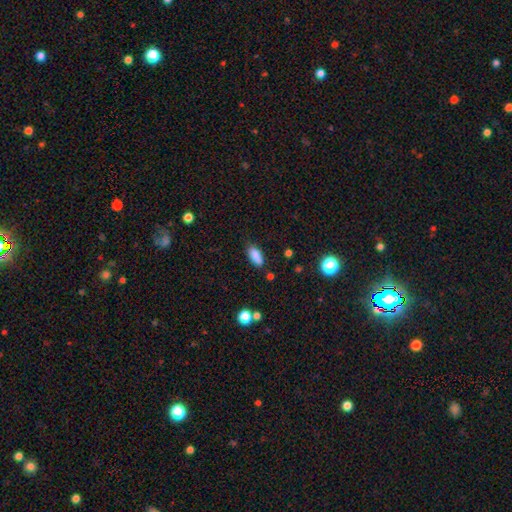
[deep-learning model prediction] A smooth galaxy with no disk features (85%) that is in between round and cigar-shaped (82%).

Vote fractions:
- Smooth or featured? smooth: 85% / star or artifact: 9% / featured or disk: 6%
- How rounded? in between: 82% / cigar-shaped: 15% / round: 3%
- Merging? none: 74% / minor disturbance: 18% / major disturbance: 4% / merger: 4%